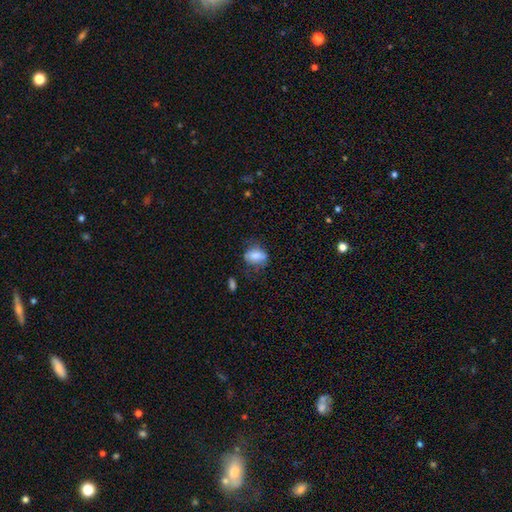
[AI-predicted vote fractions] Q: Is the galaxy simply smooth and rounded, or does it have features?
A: smooth — 75%.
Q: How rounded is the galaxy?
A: in between — 76%.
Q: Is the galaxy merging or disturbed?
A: none — 56%.